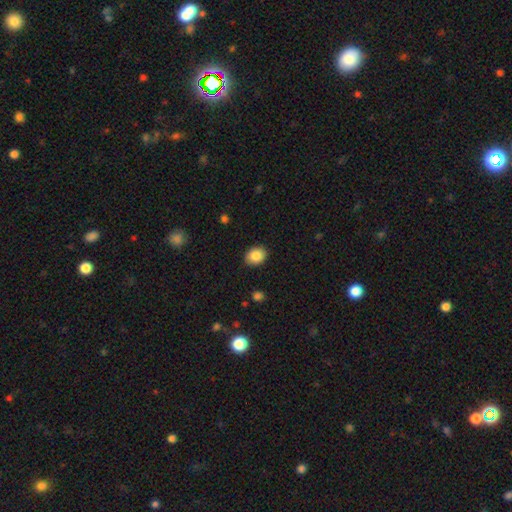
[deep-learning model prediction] This is clearly a smooth galaxy (86%). How rounded: possibly in between (58%). Merging: clearly none (89%).